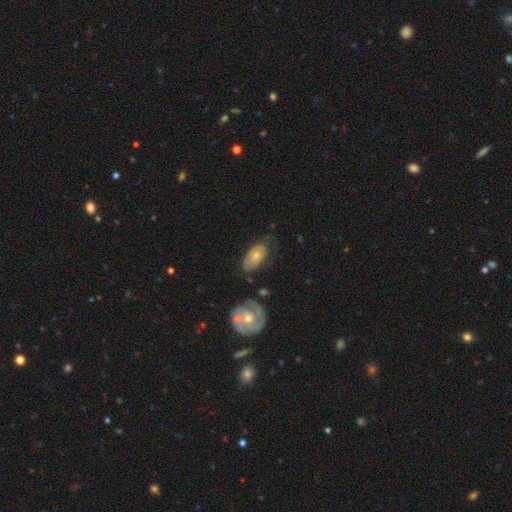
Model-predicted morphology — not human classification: This appears to be a smooth galaxy with no disk features (49%). Merging: none (53%).